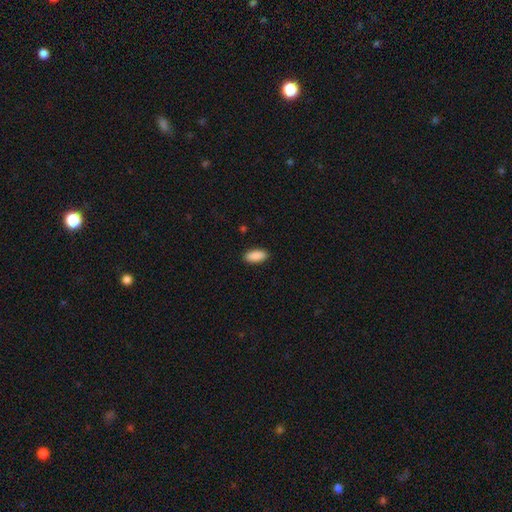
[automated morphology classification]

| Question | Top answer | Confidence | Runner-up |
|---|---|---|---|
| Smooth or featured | smooth | 91% | star or artifact (6%) |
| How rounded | in between | 91% | cigar-shaped (7%) |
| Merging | none | 90% | minor disturbance (7%) |